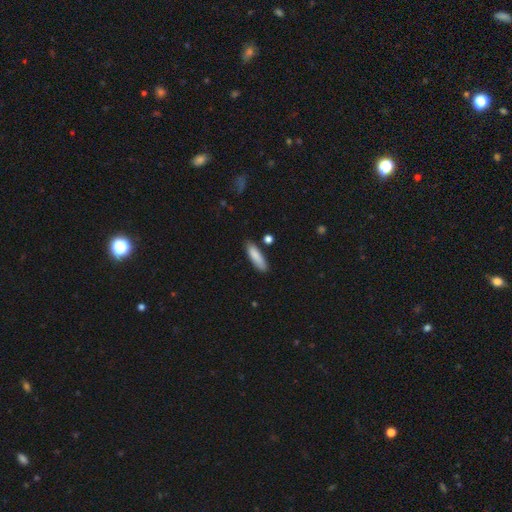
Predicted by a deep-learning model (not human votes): Smooth or featured?
  - smooth: 85% *
  - featured or disk: 8%
  - star or artifact: 6%
How rounded?
  - cigar-shaped: 59% *
  - in between: 39%
  - round: 2%
Merging?
  - none: 79% *
  - minor disturbance: 14%
  - merger: 4%
  - major disturbance: 3%